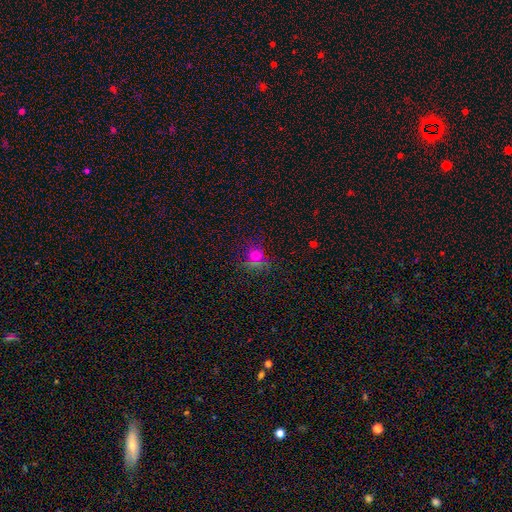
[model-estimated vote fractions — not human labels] Q: Smooth or featured?
A: smooth (63%); runner-up: star or artifact (28%)
Q: How rounded?
A: round (82%); runner-up: in between (16%)
Q: Merging?
A: none (75%); runner-up: minor disturbance (14%)